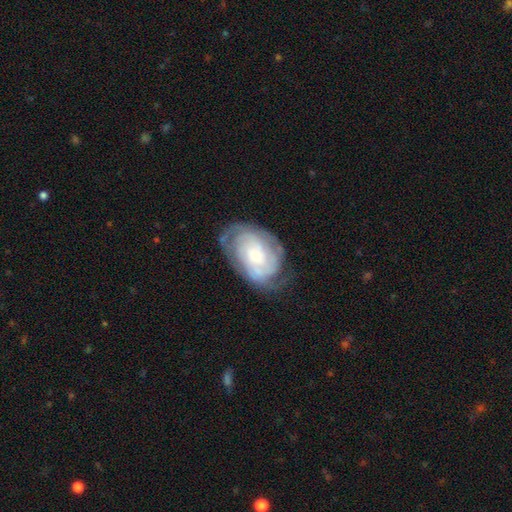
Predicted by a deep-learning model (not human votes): Q: Smooth or featured?
A: featured or disk (77%); runner-up: smooth (17%)
Q: Edge-on disk?
A: no (96%); runner-up: yes (4%)
Q: Bar?
A: no (75%); runner-up: weak (20%)
Q: Spiral arms?
A: yes (88%); runner-up: no (12%)
Q: Spiral winding?
A: tight (67%); runner-up: medium (25%)
Q: Spiral arm count?
A: can't tell (44%); runner-up: 2 (26%)
Q: Bulge size?
A: small (60%); runner-up: moderate (35%)
Q: Merging?
A: none (66%); runner-up: minor disturbance (22%)